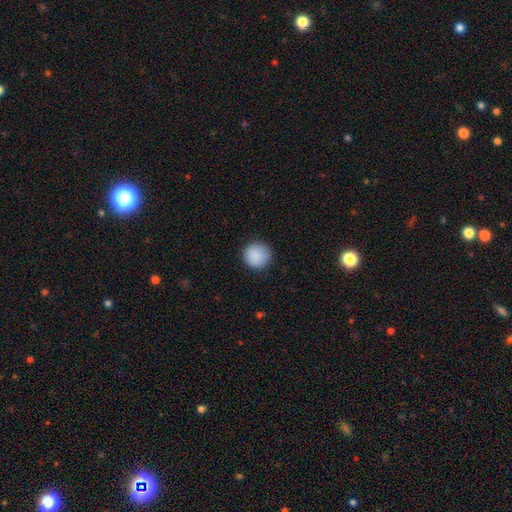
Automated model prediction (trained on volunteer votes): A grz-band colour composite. It shows a smooth galaxy with no disk features (89%) that is round (95%). Merging: none (89%).